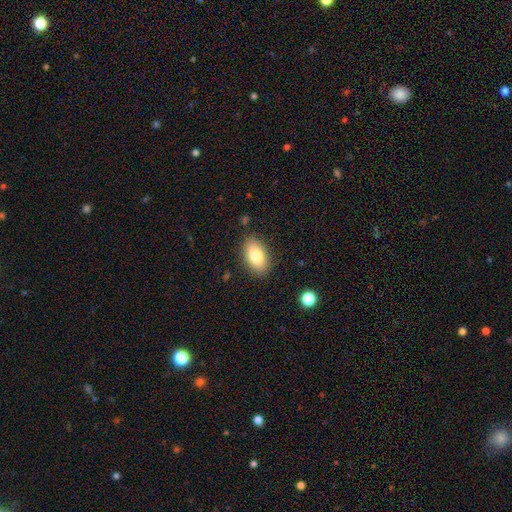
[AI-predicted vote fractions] This is clearly a smooth galaxy (80%). How rounded: clearly in between (92%). Merging: clearly none (86%).